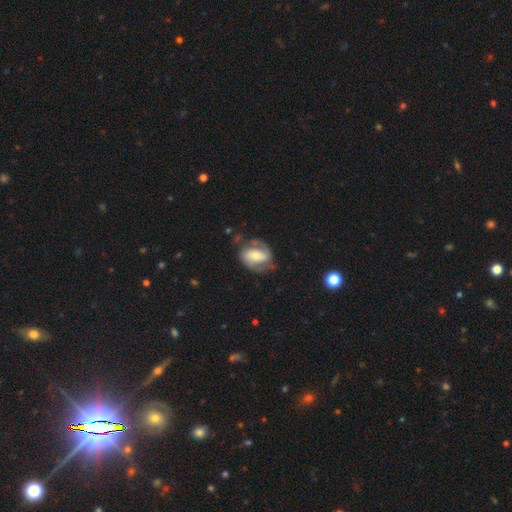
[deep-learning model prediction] Smooth or featured? featured or disk (76%)
Edge-on disk? no (97%)
Bar? strong (38%)
Spiral arms? yes (89%)
Spiral winding? medium (48%)
Spiral arm count? 2 (86%)
Bulge size? moderate (51%)
Merging? none (67%)